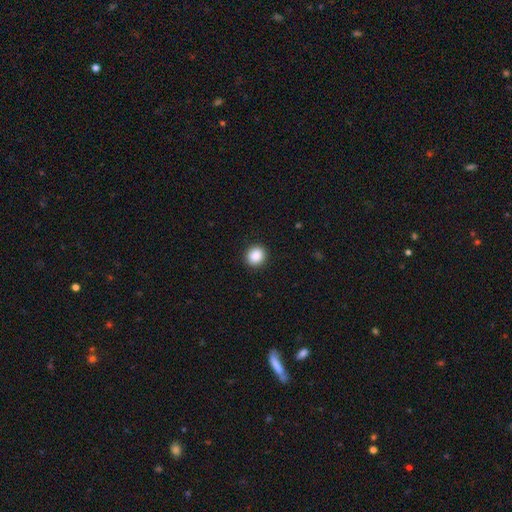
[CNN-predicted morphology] smooth 89%, star or artifact 9%, featured or disk 3%. Down the decision tree: how rounded — round (85%); merging — none (92%).